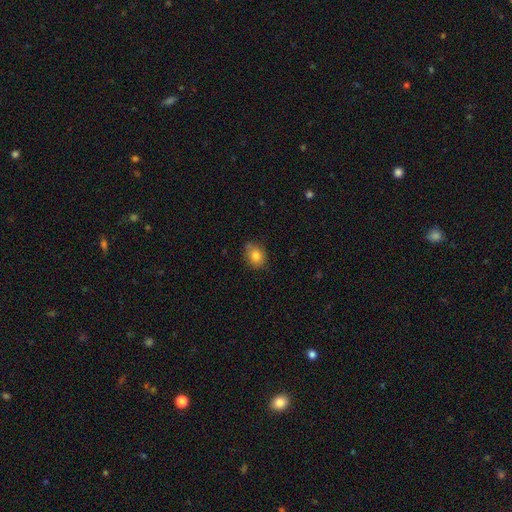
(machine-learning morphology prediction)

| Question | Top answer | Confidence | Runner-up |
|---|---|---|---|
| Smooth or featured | smooth | 82% | star or artifact (9%) |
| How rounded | in between | 59% | round (40%) |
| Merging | none | 72% | minor disturbance (23%) |